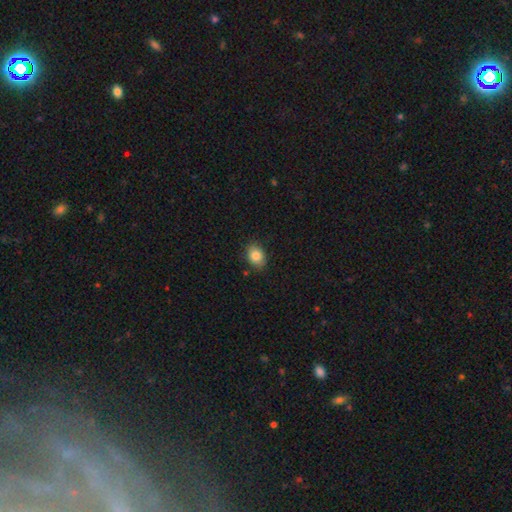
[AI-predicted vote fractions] The model was most divided on "how rounded": in between: 72%, round: 27%, cigar-shaped: 1%. More confident: smooth or featured — smooth (85%); merging — none (84%).